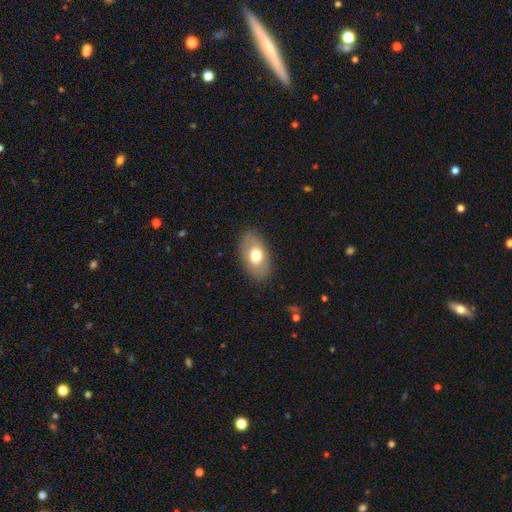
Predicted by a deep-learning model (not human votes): This is likely a smooth galaxy (70%). How rounded: clearly in between (91%). Merging: clearly none (84%).